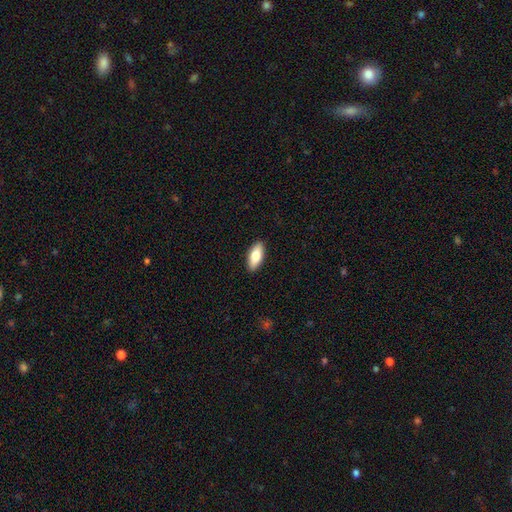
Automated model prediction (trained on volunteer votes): smooth_or_featured: smooth (p=0.75) [alt: featured or disk p=0.19]
how_rounded: in between (p=0.81) [alt: cigar-shaped p=0.17]
merging: none (p=0.90) [alt: minor disturbance p=0.07]